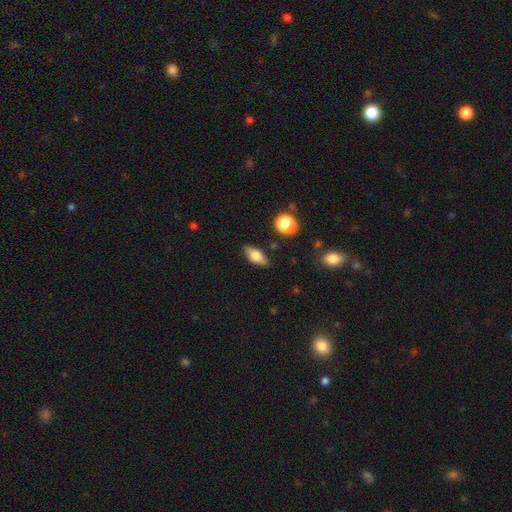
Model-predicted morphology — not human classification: This appears to be a smooth galaxy with no disk features (63%) that is in between round and cigar-shaped (78%). Merging: none (84%).